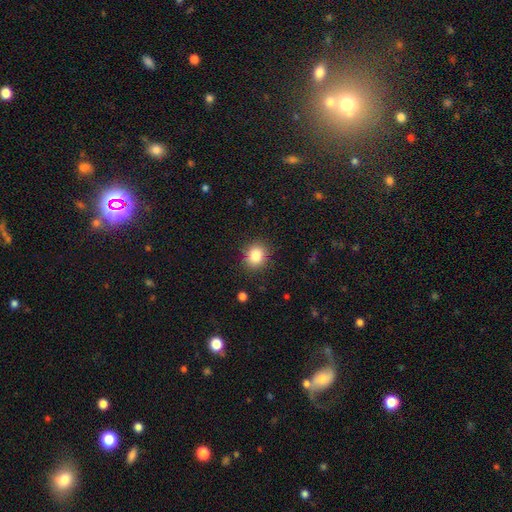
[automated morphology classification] Smooth or featured: smooth — 84% (star or artifact — 10%)
How rounded: round — 70% (in between — 29%)
Merging: none — 87% (minor disturbance — 9%)